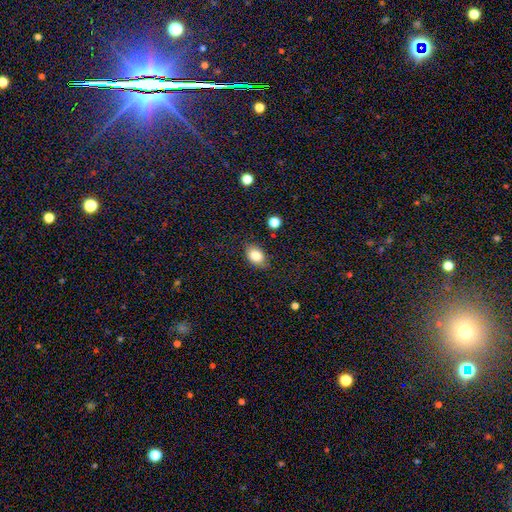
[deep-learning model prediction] Q: Smooth or featured?
A: smooth (82%); runner-up: star or artifact (9%)
Q: How rounded?
A: in between (73%); runner-up: round (26%)
Q: Merging?
A: none (82%); runner-up: minor disturbance (13%)